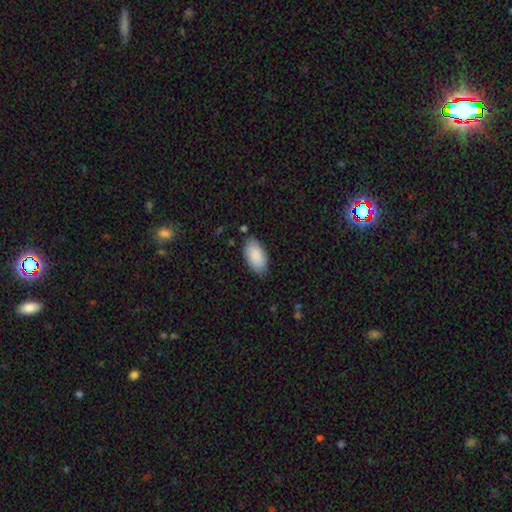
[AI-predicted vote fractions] smooth-or-featured: smooth: 89% | star or artifact: 6% | featured or disk: 6%
  how-rounded: in between: 95% | round: 3% | cigar-shaped: 2%
  merging: none: 80% | minor disturbance: 15% | major disturbance: 3% | merger: 2%